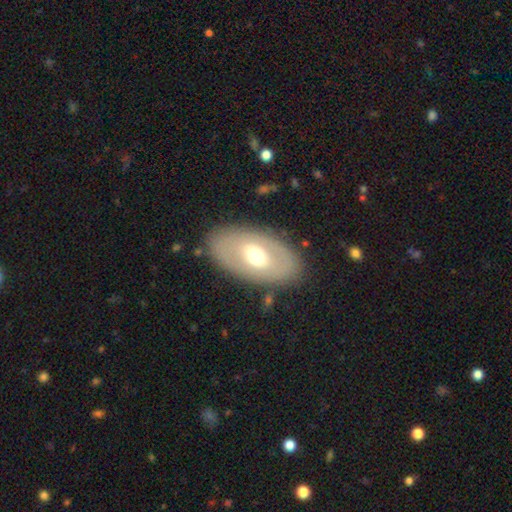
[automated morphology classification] type=smooth (47%, tied with featured or disk); merging=none (82%).